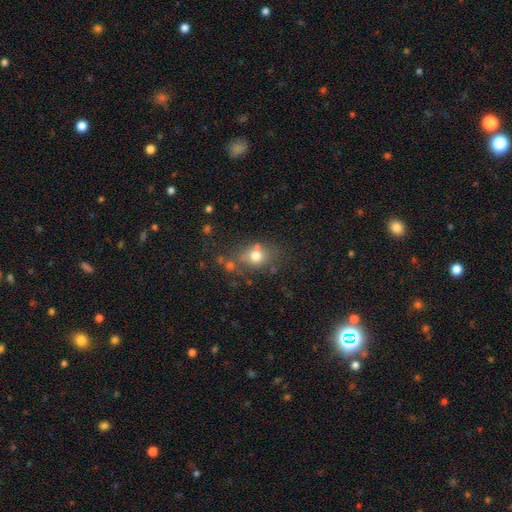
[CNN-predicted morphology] Smooth or featured? Predicted: smooth (p=0.72). How rounded? Predicted: round (p=0.58). Merging? Predicted: none (p=0.62).